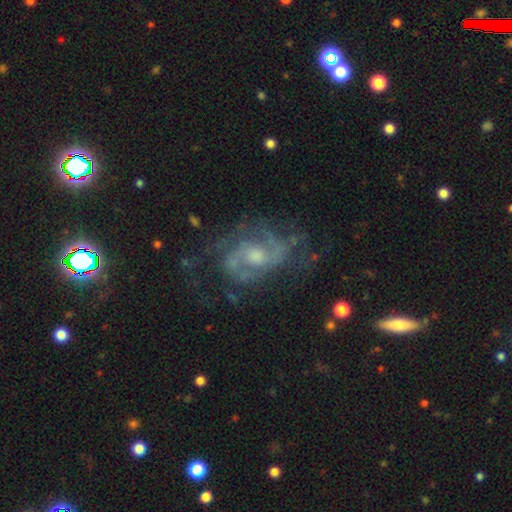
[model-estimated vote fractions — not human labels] Smooth or featured? featured or disk (85%)
Edge-on disk? no (97%)
Bar? no (59%)
Spiral arms? yes (92%)
Spiral winding? medium (50%)
Spiral arm count? 2 (66%)
Bulge size? moderate (58%)
Merging? none (61%)